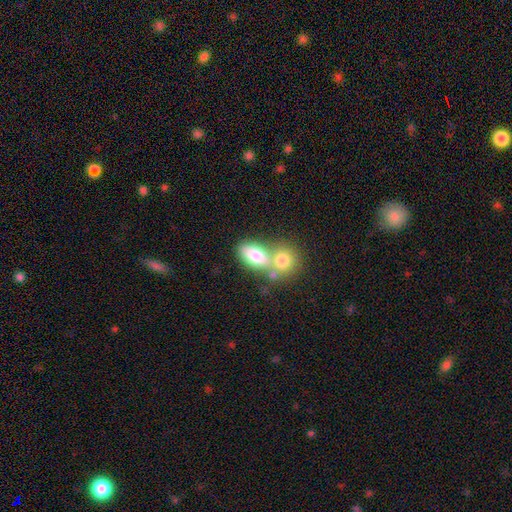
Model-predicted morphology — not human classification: smooth 78%, featured or disk 15%, star or artifact 7%. Down the decision tree: how rounded — in between (83%); merging — merger (53%).